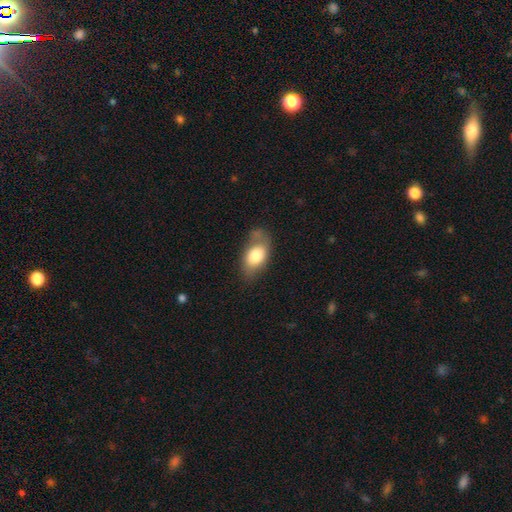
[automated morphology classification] smooth 75%, featured or disk 18%, star or artifact 7%. Down the decision tree: how rounded — in between (89%); merging — none (51%).